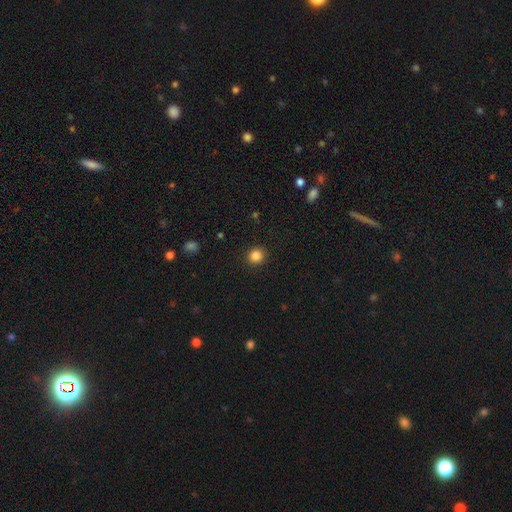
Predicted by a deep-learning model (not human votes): This appears to be a smooth galaxy with no disk features (85%) that is round (91%). Merging: none (92%).